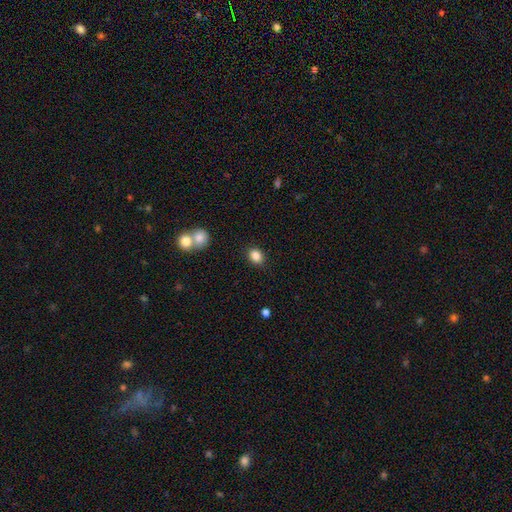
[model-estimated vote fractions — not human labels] This appears to be a smooth galaxy with no disk features (86%) that is in between round and cigar-shaped (60%). Merging: none (86%).